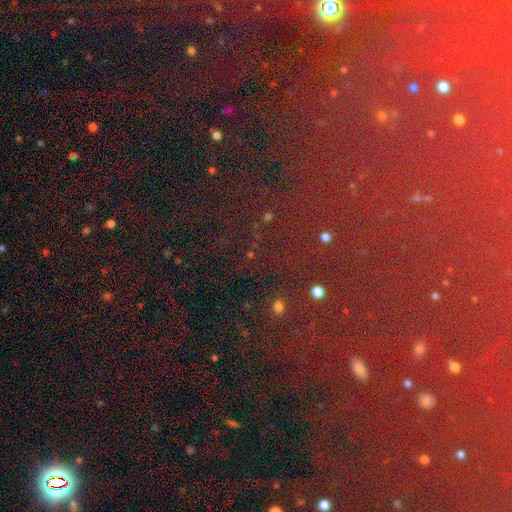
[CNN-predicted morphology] Q: Smooth or featured?
A: star or artifact (80%); runner-up: smooth (11%)